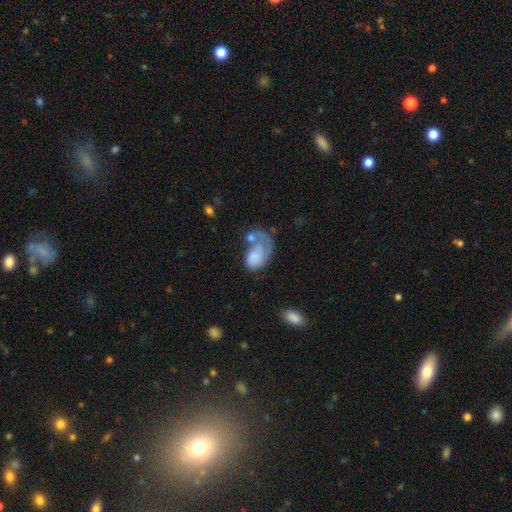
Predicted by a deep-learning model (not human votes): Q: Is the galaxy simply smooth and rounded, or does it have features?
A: smooth — 55%.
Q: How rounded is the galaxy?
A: in between — 87%.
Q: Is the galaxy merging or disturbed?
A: major disturbance — 40%.